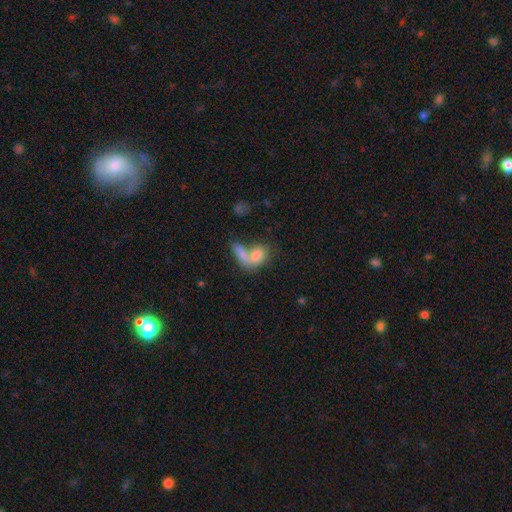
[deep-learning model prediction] Smooth or featured? smooth (78%)
How rounded? in between (78%)
Merging? merger (59%)